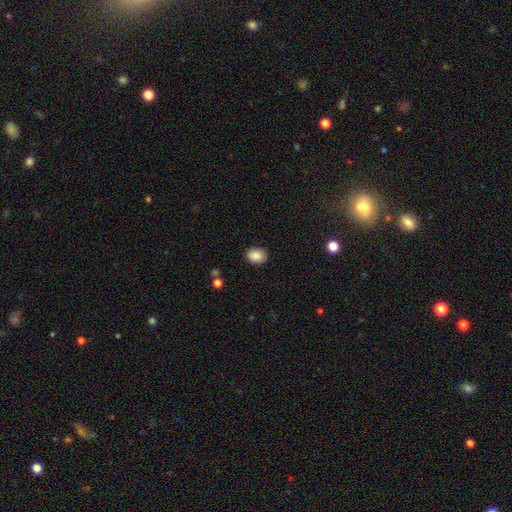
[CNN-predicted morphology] Q: Smooth or featured?
A: smooth (88%); runner-up: star or artifact (8%)
Q: How rounded?
A: in between (62%); runner-up: round (37%)
Q: Merging?
A: none (87%); runner-up: minor disturbance (10%)